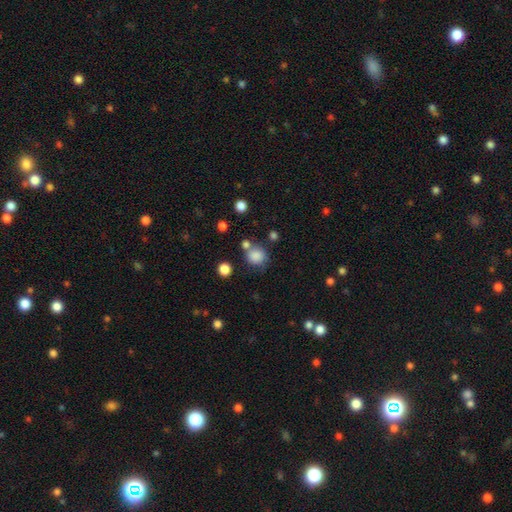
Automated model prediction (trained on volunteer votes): smooth_or_featured: smooth (p=0.84) [alt: star or artifact p=0.11]
how_rounded: round (p=0.84) [alt: in between p=0.15]
merging: none (p=0.66) [alt: minor disturbance p=0.14]